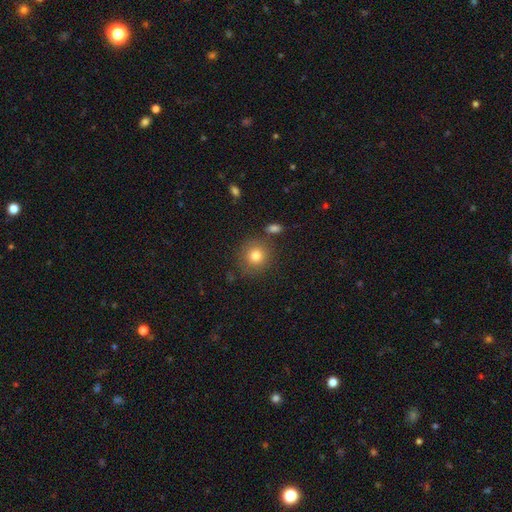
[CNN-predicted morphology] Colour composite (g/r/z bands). It shows a smooth galaxy with no disk features (80%) that is round (90%). Merging: none (79%).